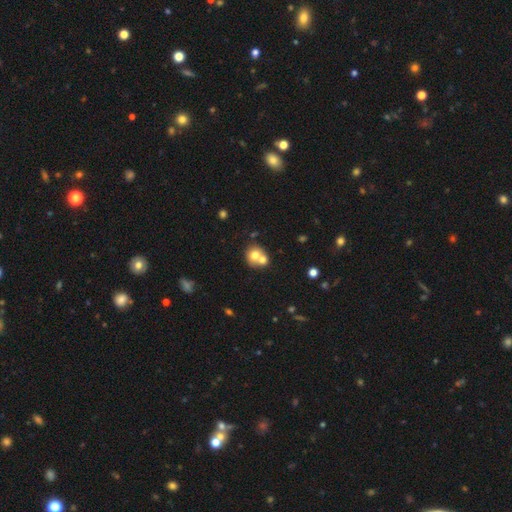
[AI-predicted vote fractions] Overall: smooth (69%). How rounded: round (79%). Merging: merger (55%; none 35%).